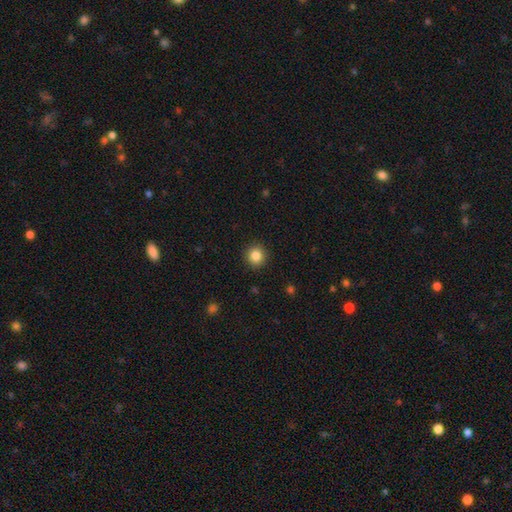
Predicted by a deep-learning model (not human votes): Q: Smooth or featured?
A: smooth (84%); runner-up: star or artifact (11%)
Q: How rounded?
A: round (93%); runner-up: in between (6%)
Q: Merging?
A: none (92%); runner-up: minor disturbance (5%)